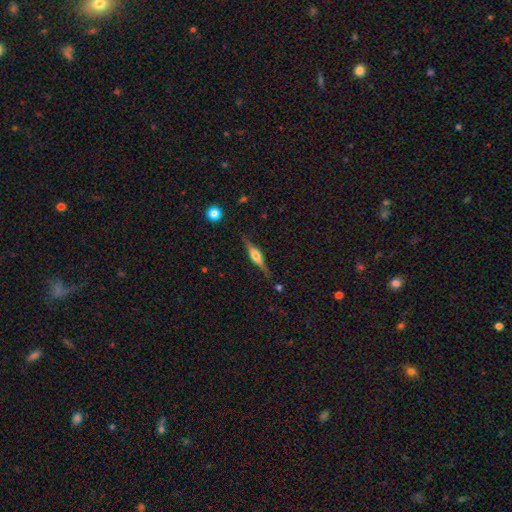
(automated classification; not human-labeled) smooth-or-featured: featured or disk: 72% | smooth: 21% | star or artifact: 7%
  disk-edge-on: yes: 97% | no: 3%
    edge-on-bulge: rounded: 84% | boxy: 13% | none: 3%
  merging: none: 86% | minor disturbance: 10% | major disturbance: 3% | merger: 2%